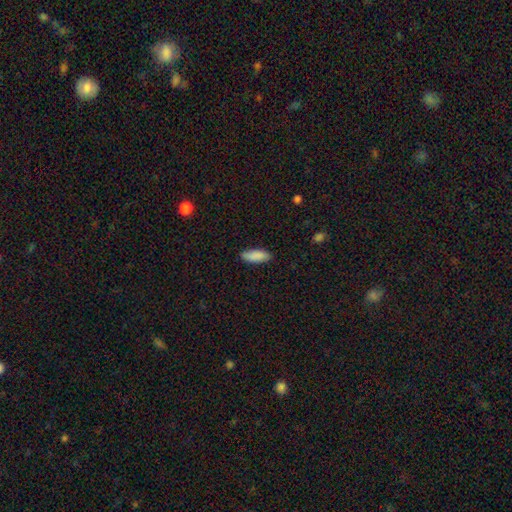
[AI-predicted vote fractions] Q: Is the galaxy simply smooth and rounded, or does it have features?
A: smooth — 88%.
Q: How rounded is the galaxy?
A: in between — 69%.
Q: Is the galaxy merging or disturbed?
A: none — 86%.